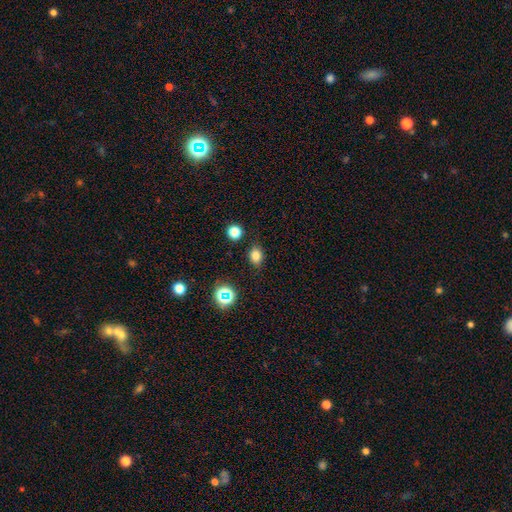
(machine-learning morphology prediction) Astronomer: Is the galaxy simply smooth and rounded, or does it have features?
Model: smooth — 77%.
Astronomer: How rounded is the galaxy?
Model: in between — 59% (runner-up: round, 40%).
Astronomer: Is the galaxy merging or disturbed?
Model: none — 83%.